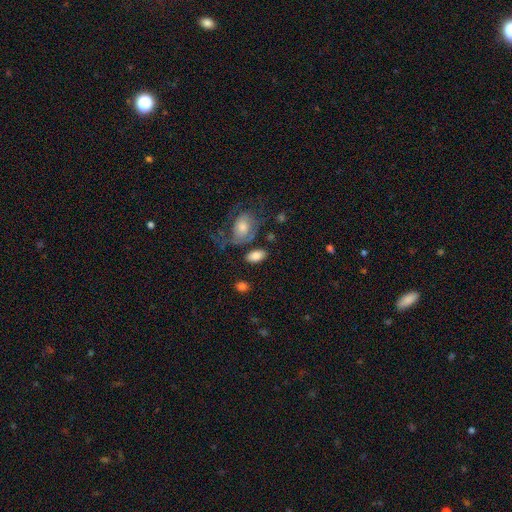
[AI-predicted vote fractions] This is clearly a smooth galaxy (82%). How rounded: clearly in between (92%). Merging: likely none (70%).